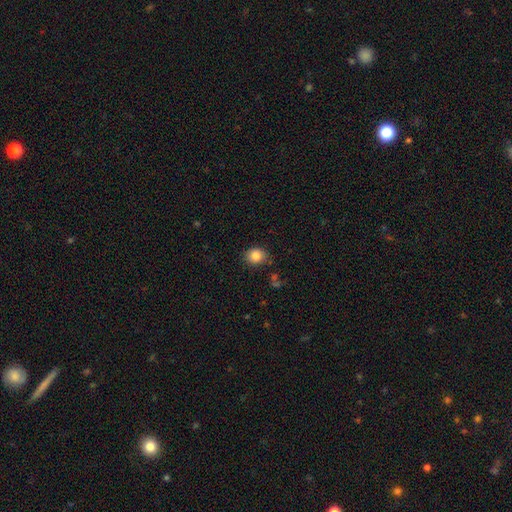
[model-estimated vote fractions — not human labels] This appears to be a smooth galaxy with no disk features (84%) that is round (68%). Merging: none (82%).